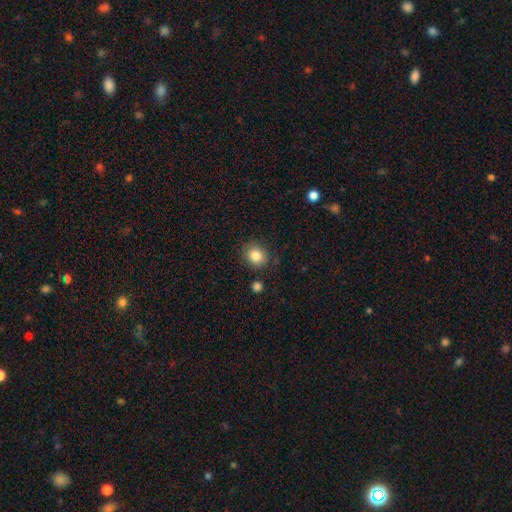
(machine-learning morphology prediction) smooth 84%, star or artifact 10%, featured or disk 6%. Down the decision tree: how rounded — round (80%); merging — none (84%).